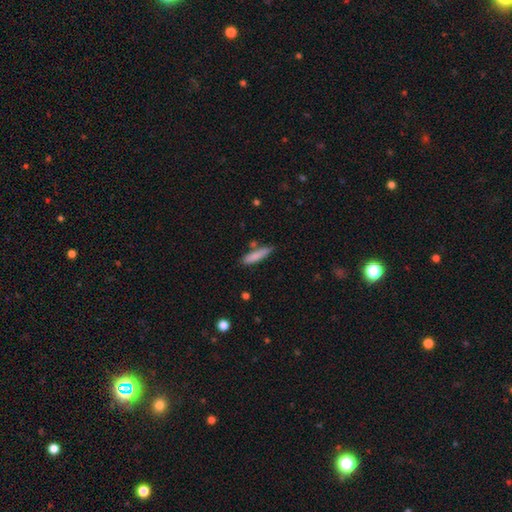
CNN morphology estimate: This is clearly a smooth galaxy (80%). How rounded: clearly cigar-shaped (82%). Merging: likely none (75%).